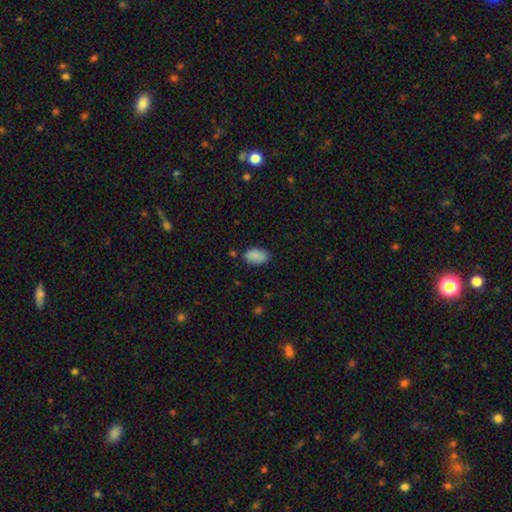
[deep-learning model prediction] A smooth galaxy with no disk features (89%) that is in between round and cigar-shaped (93%). Merging: none (82%).